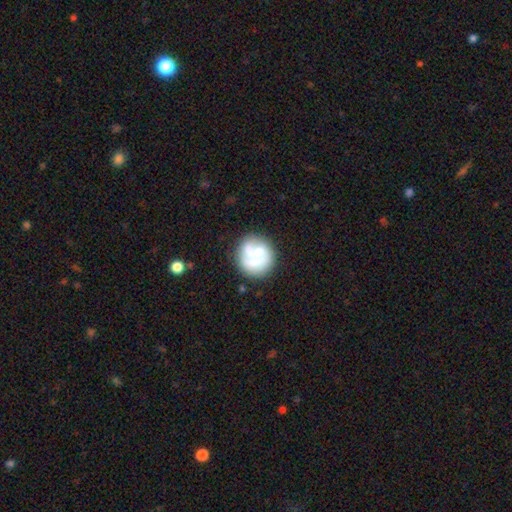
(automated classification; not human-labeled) Smooth or featured: featured or disk — 46% (tied with smooth — 46%)
Merging: none — 58% (minor disturbance — 18%)